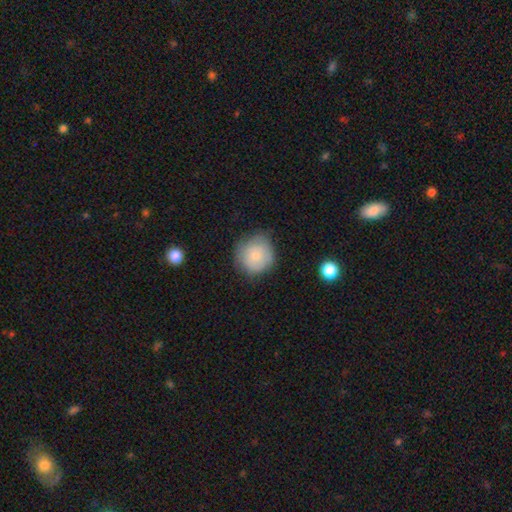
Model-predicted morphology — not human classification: A smooth galaxy with no disk features (75%) that is round (90%).

Vote fractions:
- Smooth or featured? smooth: 75% / featured or disk: 18% / star or artifact: 7%
- How rounded? round: 90% / in between: 10% / cigar-shaped: 1%
- Merging? none: 67% / minor disturbance: 25% / major disturbance: 6% / merger: 2%